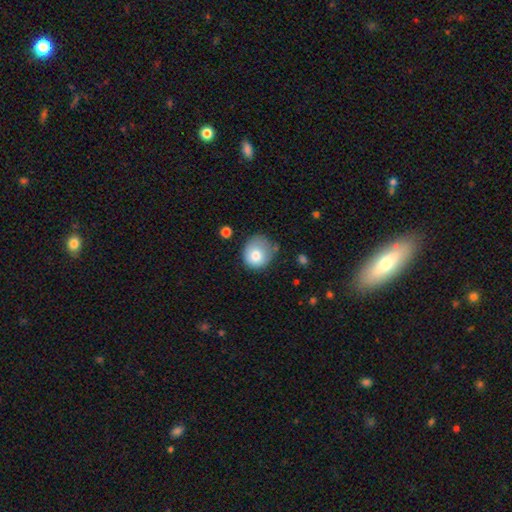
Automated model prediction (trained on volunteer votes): This is likely a smooth galaxy (79%). How rounded: likely round (78%). Merging: possibly none (52%).